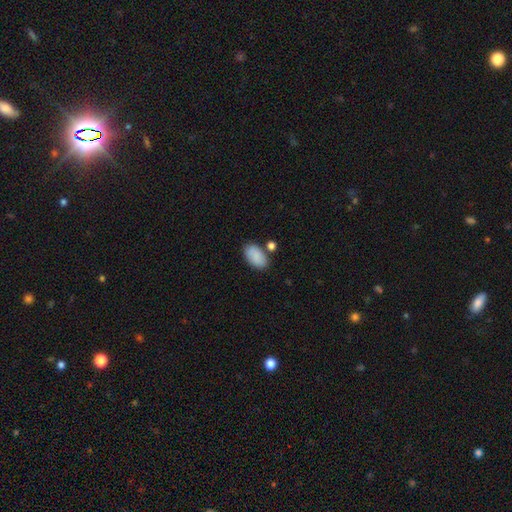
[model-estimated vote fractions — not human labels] Morphology: type=smooth (87%); roundness=in between (94%); merging=none (73%).